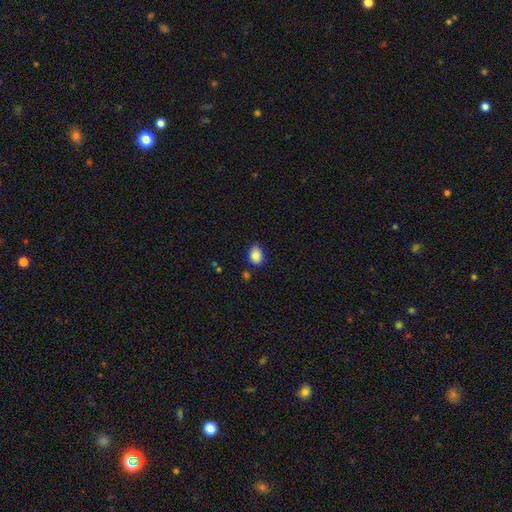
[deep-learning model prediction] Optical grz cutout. It shows a smooth galaxy with no disk features (88%) that is in between round and cigar-shaped (62%). Merging: none (75%).